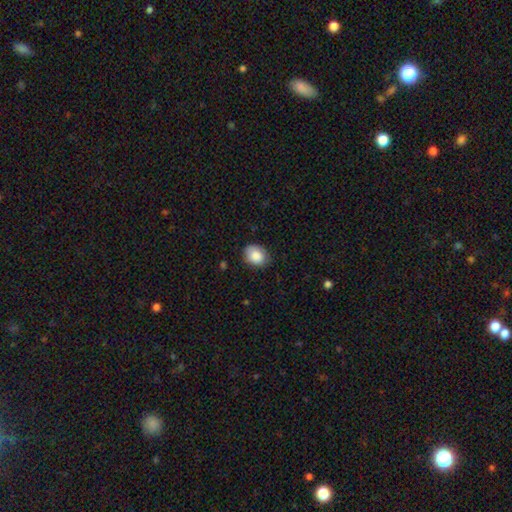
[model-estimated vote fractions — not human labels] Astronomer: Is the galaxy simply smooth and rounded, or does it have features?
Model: smooth — 86%.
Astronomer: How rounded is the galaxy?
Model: in between — 57% (runner-up: round, 42%).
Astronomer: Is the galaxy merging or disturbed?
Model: none — 77%.